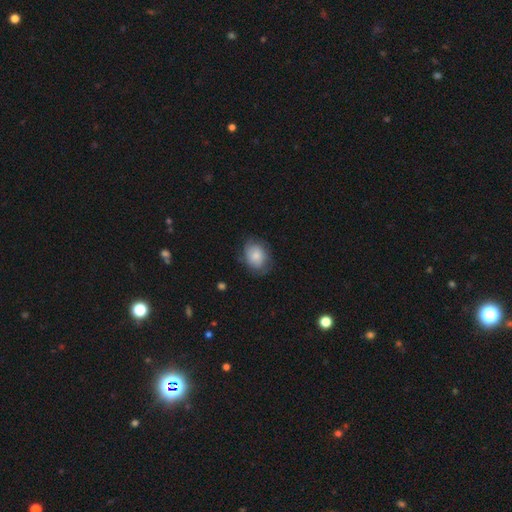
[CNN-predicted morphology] smooth-or-featured: smooth: 75% | featured or disk: 18% | star or artifact: 7%
  how-rounded: in between: 60% | round: 39% | cigar-shaped: 1%
  merging: none: 68% | minor disturbance: 24% | major disturbance: 7% | merger: 1%